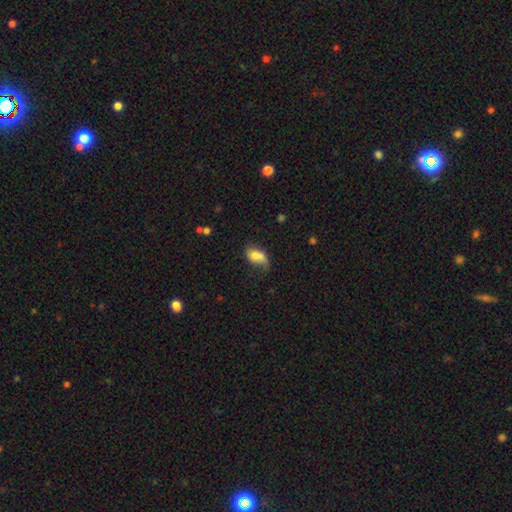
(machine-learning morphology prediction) smooth-or-featured: smooth: 63% | featured or disk: 27% | star or artifact: 10%
  how-rounded: in between: 83% | round: 14% | cigar-shaped: 2%
  merging: none: 36% | minor disturbance: 29% | major disturbance: 18% | merger: 17%